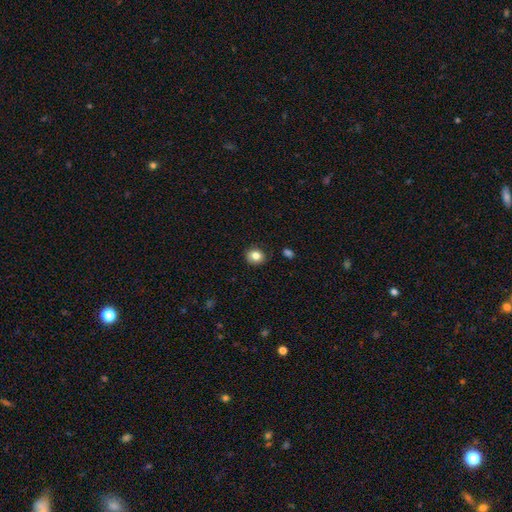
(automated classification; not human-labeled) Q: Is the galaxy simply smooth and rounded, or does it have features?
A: smooth — 81%.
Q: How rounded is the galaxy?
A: round — 73%.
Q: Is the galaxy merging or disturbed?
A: none — 88%.